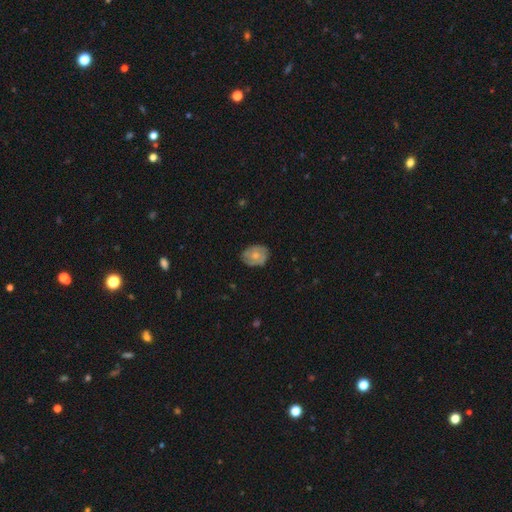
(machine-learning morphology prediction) Smooth or featured? featured or disk (50%)
Edge-on disk? no (96%)
Merging? none (74%)